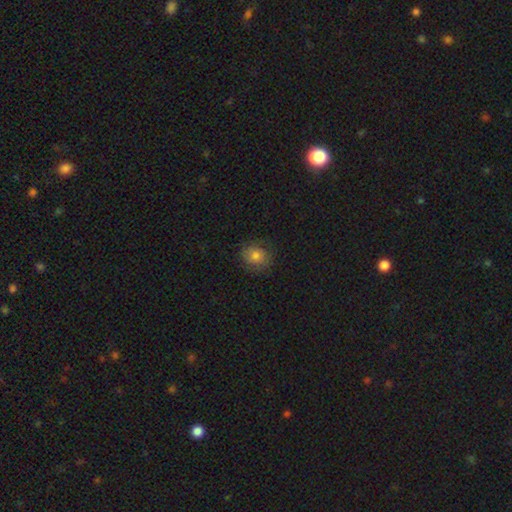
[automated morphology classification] This is likely a smooth galaxy (74%). How rounded: likely round (77%). Merging: likely none (78%).